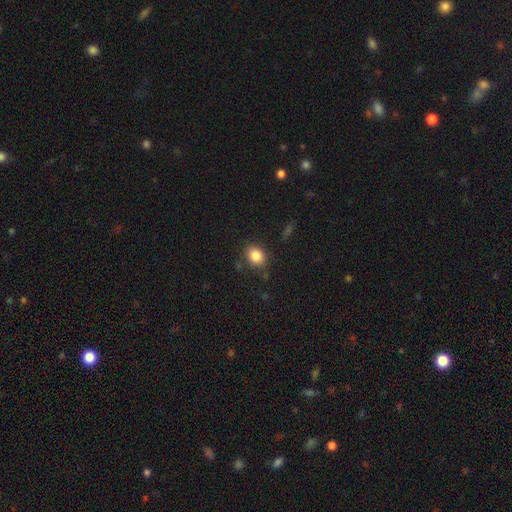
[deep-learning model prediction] A smooth galaxy with no disk features (84%) that is round (50%). Merging: none (82%).